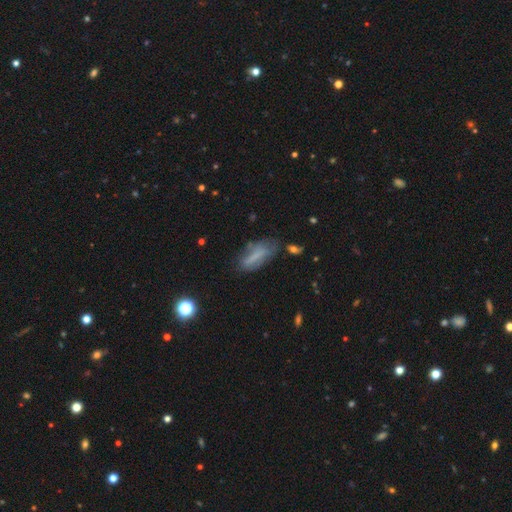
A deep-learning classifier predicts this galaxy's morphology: A smooth galaxy with no disk features (59%) that is in between round and cigar-shaped (61%). Merging: none (52%).